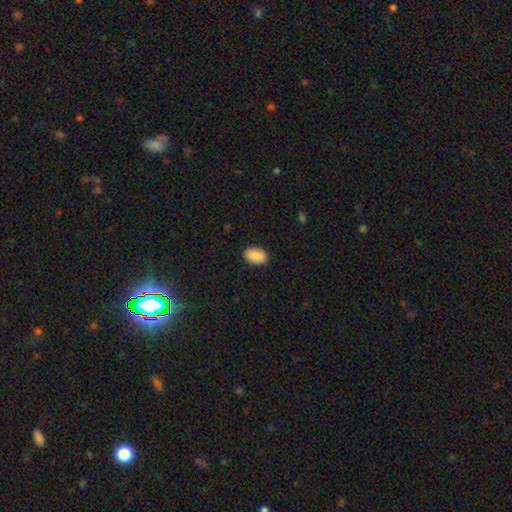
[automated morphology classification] Smooth or featured? Predicted: smooth (p=0.90). How rounded? Predicted: in between (p=0.92). Merging? Predicted: none (p=0.88).